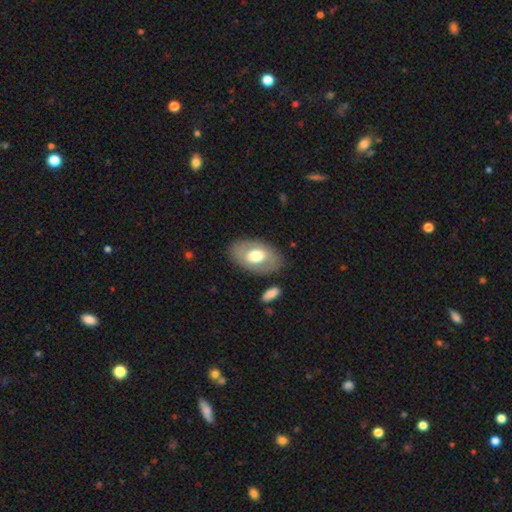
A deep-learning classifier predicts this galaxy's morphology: Smooth or featured: smooth — 56% (featured or disk — 37%)
How rounded: in between — 90% (round — 9%)
Merging: none — 81% (minor disturbance — 12%)